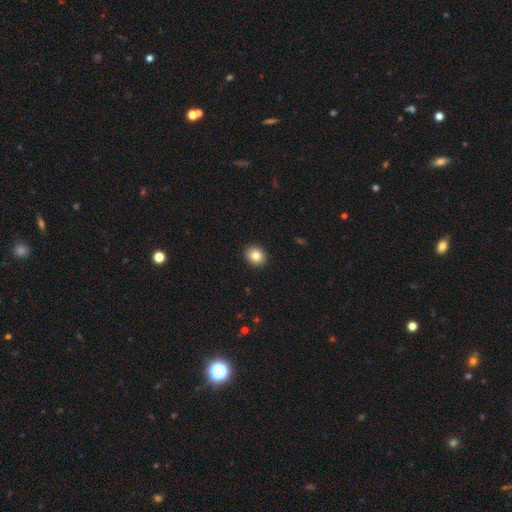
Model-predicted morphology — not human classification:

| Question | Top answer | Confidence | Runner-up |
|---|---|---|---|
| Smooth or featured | smooth | 83% | star or artifact (9%) |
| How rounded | round | 69% | in between (30%) |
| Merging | none | 92% | minor disturbance (6%) |